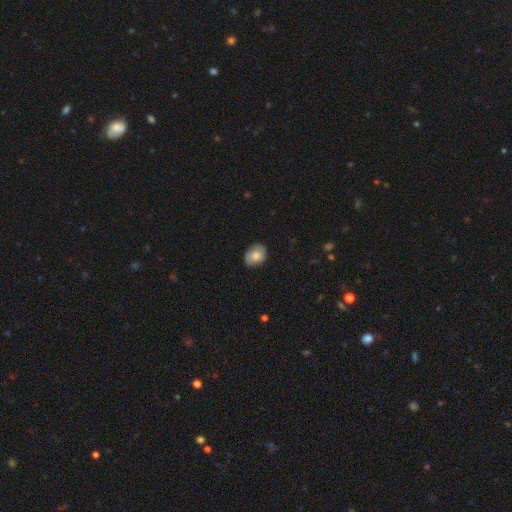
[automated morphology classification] A smooth galaxy with no disk features (70%) that is in between round and cigar-shaped (58%). Merging: none (77%).